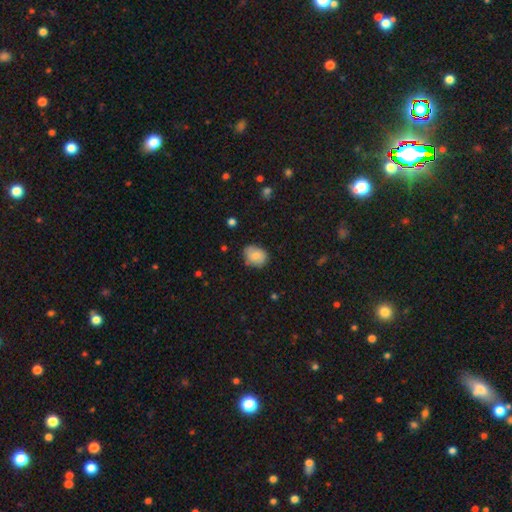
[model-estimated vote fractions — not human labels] This appears to be a smooth galaxy with no disk features (78%) that is in between round and cigar-shaped (58%). Merging: none (71%).